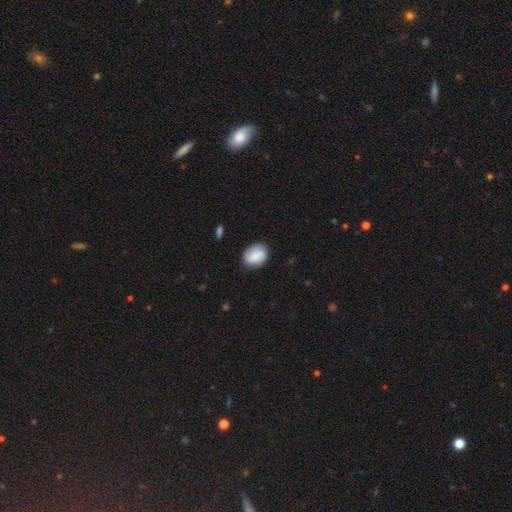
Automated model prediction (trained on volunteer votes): smooth 76%, featured or disk 16%, star or artifact 7%. Down the decision tree: how rounded — in between (61%); merging — none (78%).